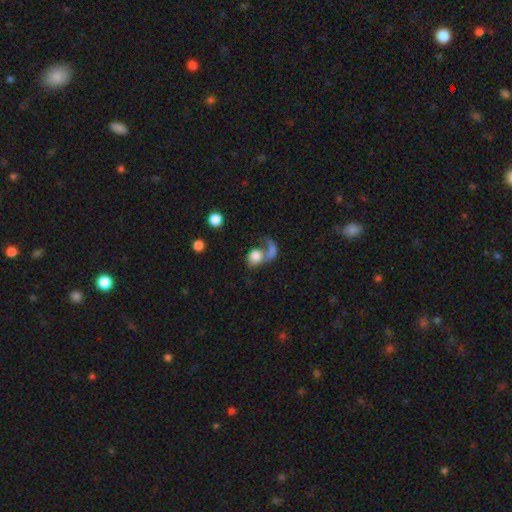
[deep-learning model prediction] Overall: smooth (66%). How rounded: round (61%; in between 37%). Merging: merger (49%; major disturbance 24%).